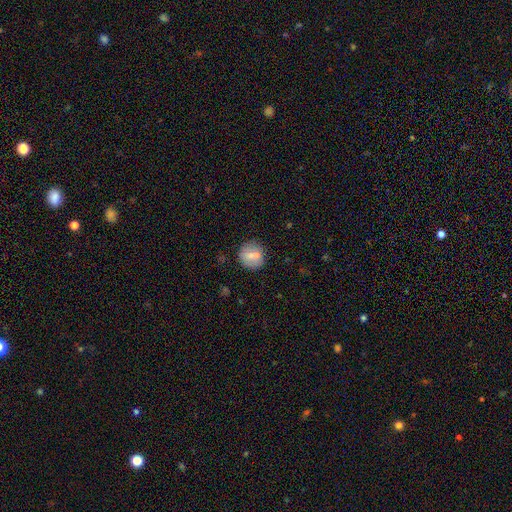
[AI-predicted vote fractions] A smooth galaxy with no disk features (62%) that is round (86%). Merging: none (80%).